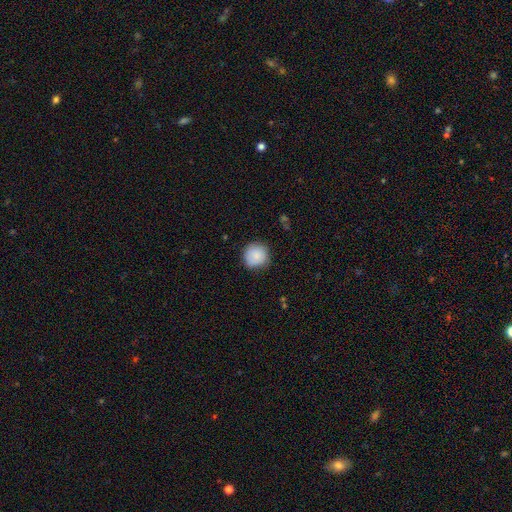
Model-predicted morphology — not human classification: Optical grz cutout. It shows a smooth galaxy with no disk features (87%) that is round (93%). Merging: none (82%).